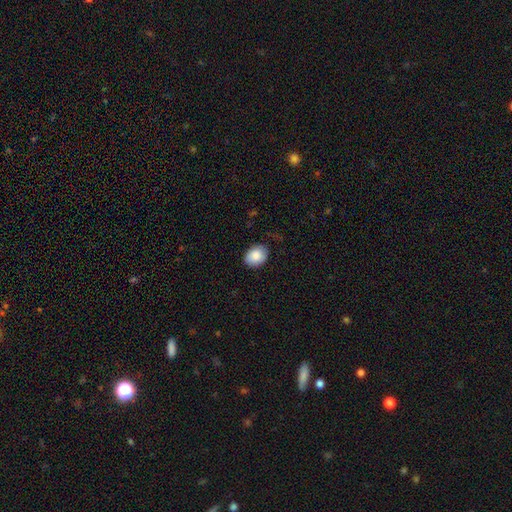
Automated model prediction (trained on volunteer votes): This is clearly a smooth galaxy (85%). How rounded: likely in between (67%). Merging: clearly none (81%).